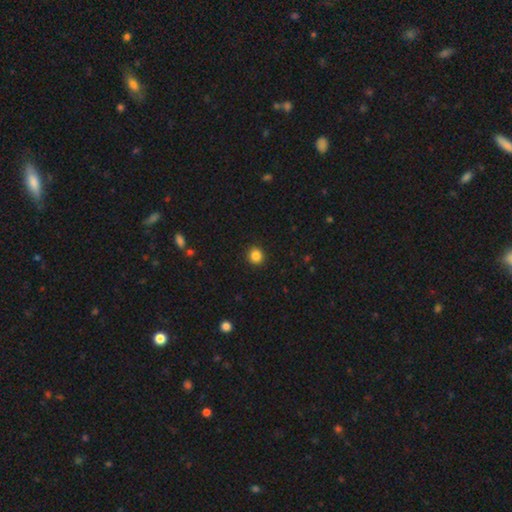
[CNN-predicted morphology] smooth-or-featured: smooth: 86% | star or artifact: 11% | featured or disk: 3%
  how-rounded: round: 92% | in between: 7% | cigar-shaped: 1%
  merging: none: 92% | minor disturbance: 5% | major disturbance: 2% | merger: 1%